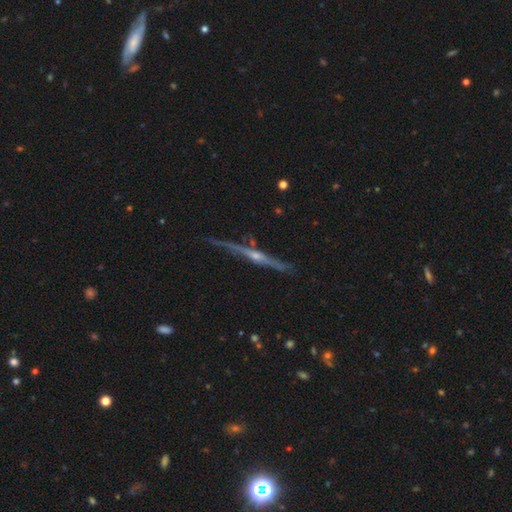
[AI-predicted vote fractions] Smooth or featured? Predicted: featured or disk (p=0.83). Edge-on disk? Predicted: yes (p=0.97). Edge-on bulge? Predicted: rounded (p=0.85). Merging? Predicted: none (p=0.86).